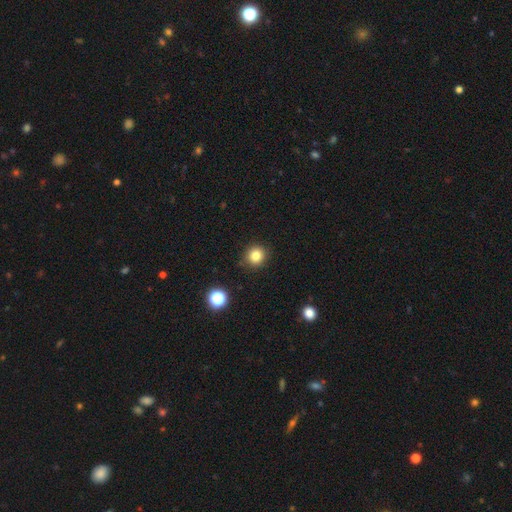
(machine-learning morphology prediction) smooth-or-featured: smooth: 82% | star or artifact: 12% | featured or disk: 5%
  how-rounded: round: 90% | in between: 9% | cigar-shaped: 1%
  merging: none: 88% | minor disturbance: 8% | major disturbance: 2% | merger: 2%